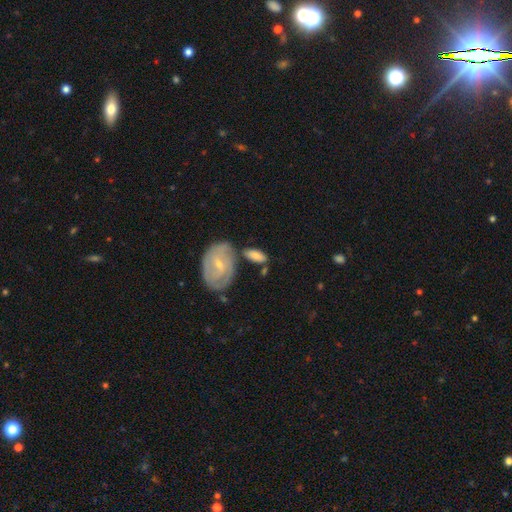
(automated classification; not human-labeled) smooth_or_featured: smooth (p=0.64) [alt: featured or disk p=0.30]
how_rounded: in between (p=0.87) [alt: cigar-shaped p=0.08]
merging: none (p=0.58) [alt: minor disturbance p=0.20]